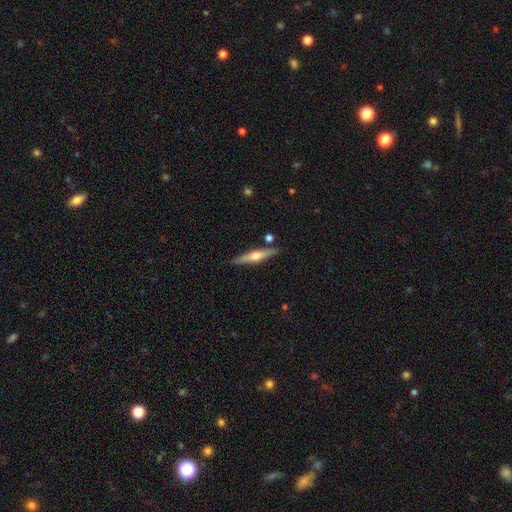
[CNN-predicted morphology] This is likely a featured or disk galaxy (63%). It is clearly viewed edge-on (96%). Edge-on bulge: clearly rounded (92%). Merging: clearly none (86%).